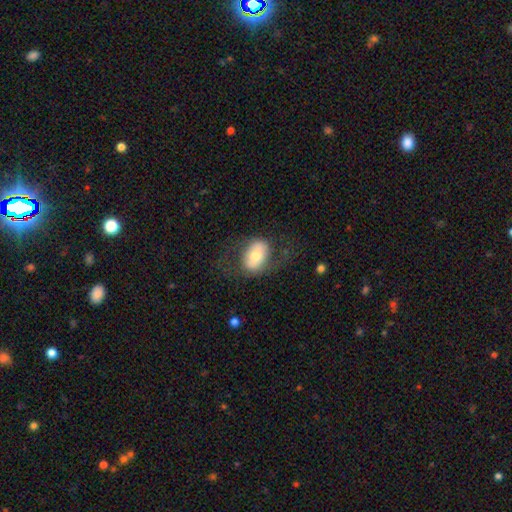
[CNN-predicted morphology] A smooth galaxy with no disk features (54%) that is in between round and cigar-shaped (77%). Merging: none (63%).